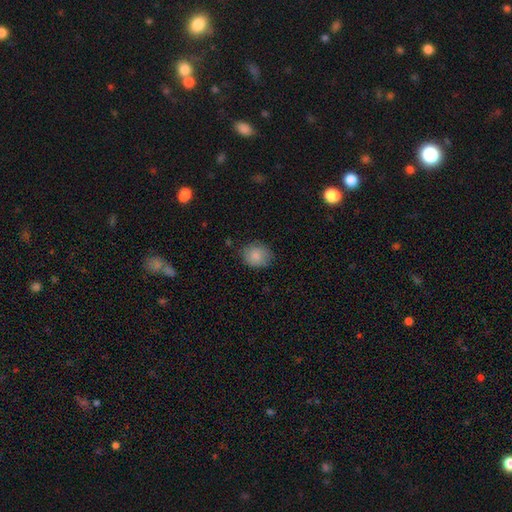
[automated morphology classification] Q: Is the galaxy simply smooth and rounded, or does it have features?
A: smooth — 84%.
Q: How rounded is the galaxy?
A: round — 67%.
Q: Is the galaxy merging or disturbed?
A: none — 76%.